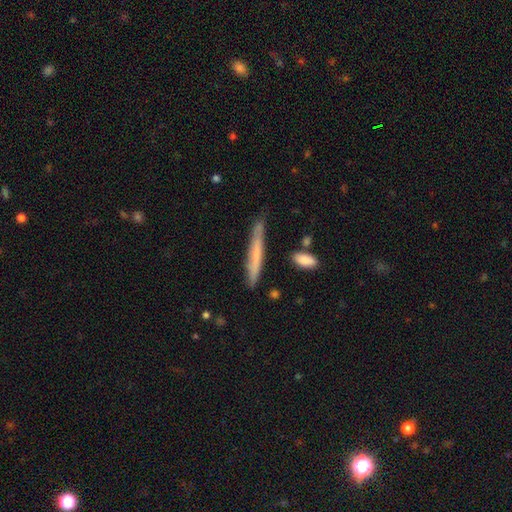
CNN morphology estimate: The model was most divided on "smooth or featured": smooth: 57%, featured or disk: 36%, star or artifact: 7%. More confident: how rounded — cigar-shaped (95%); merging — none (76%).